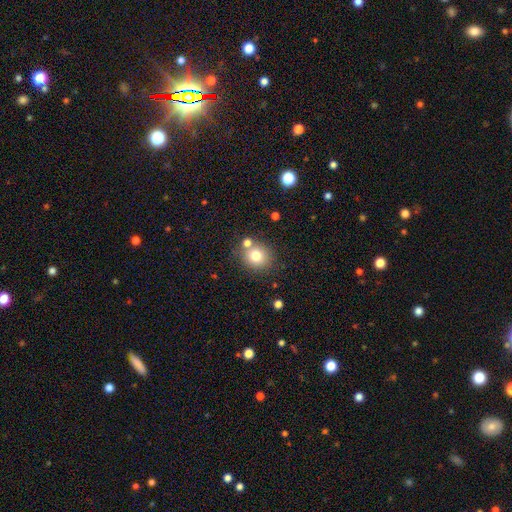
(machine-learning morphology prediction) A smooth galaxy with no disk features (77%) that is round (85%).

Vote fractions:
- Smooth or featured? smooth: 77% / star or artifact: 13% / featured or disk: 11%
- How rounded? round: 85% / in between: 14% / cigar-shaped: 1%
- Merging? none: 73% / merger: 14% / minor disturbance: 10% / major disturbance: 3%